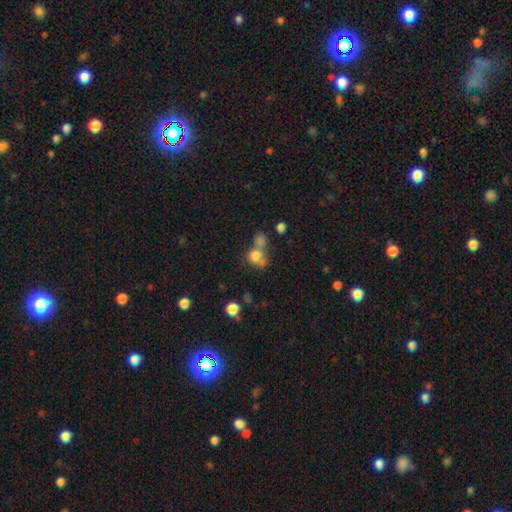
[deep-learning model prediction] Morphology: type=smooth (75%); roundness=round (78%); merging=merger (48%).